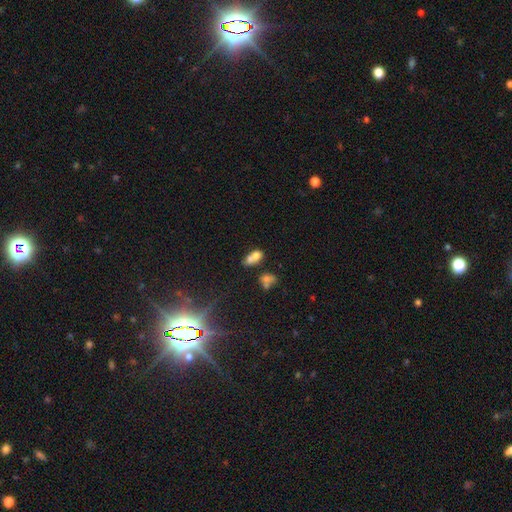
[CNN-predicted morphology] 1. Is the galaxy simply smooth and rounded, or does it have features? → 67% smooth, 20% featured or disk, 13% star or artifact.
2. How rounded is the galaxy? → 66% in between, 31% round, 3% cigar-shaped.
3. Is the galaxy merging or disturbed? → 62% merger, 23% none, 9% minor disturbance, 6% major disturbance.